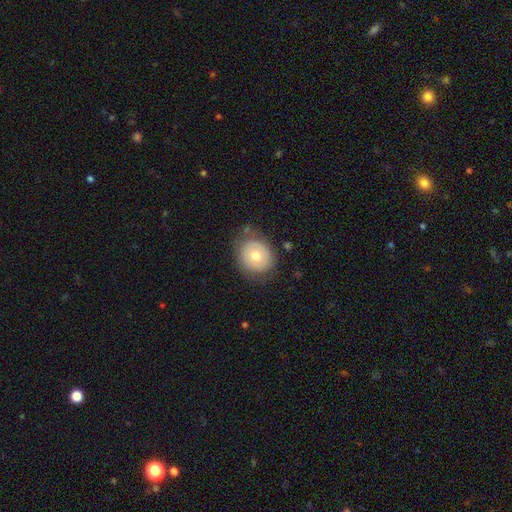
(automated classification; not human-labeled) smooth 61%, featured or disk 30%, star or artifact 8%. Down the decision tree: how rounded — round (74%); merging — none (72%).